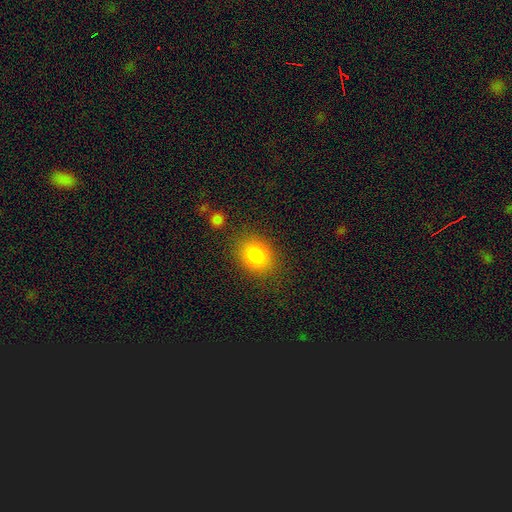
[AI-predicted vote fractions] Q: Smooth or featured?
A: smooth (83%); runner-up: star or artifact (10%)
Q: How rounded?
A: in between (54%); runner-up: round (45%)
Q: Merging?
A: none (82%); runner-up: minor disturbance (11%)